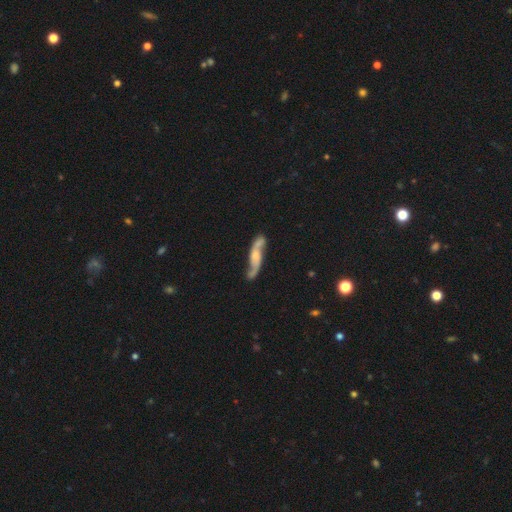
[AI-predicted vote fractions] This appears to be a featured or disk galaxy (73%) with no bar (56%), 2 (89%) loose (60%) spiral arms (92%) and a moderate central bulge (38%). Merging: none (66%).